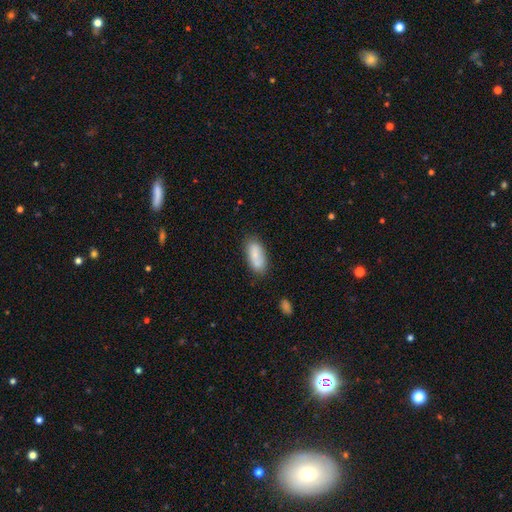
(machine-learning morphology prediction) A smooth galaxy with no disk features (76%) that is in between round and cigar-shaped (85%). Merging: none (70%).